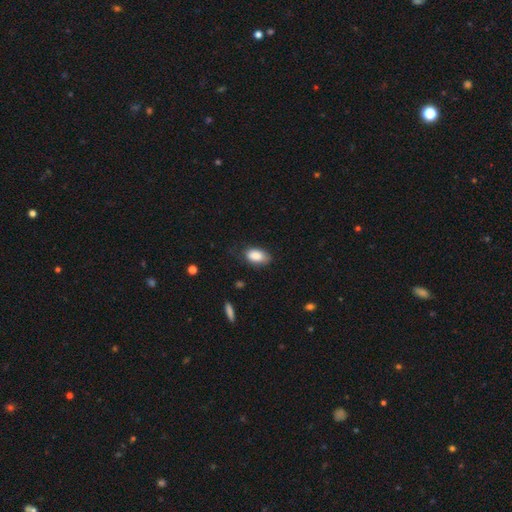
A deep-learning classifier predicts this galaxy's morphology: Smooth or featured? smooth (87%)
How rounded? in between (92%)
Merging? none (66%)